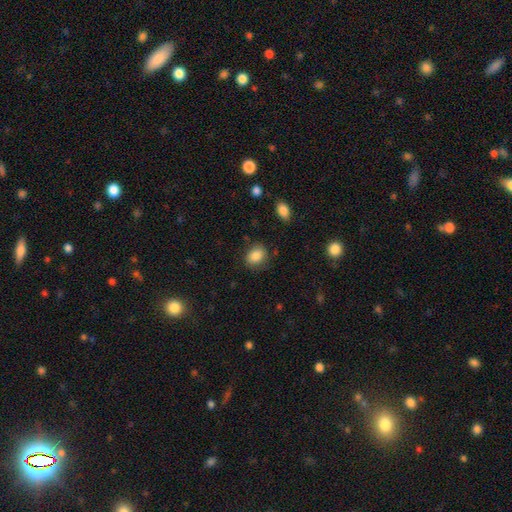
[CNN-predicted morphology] The model was most divided on "how rounded": in between: 57%, round: 42%, cigar-shaped: 1%. More confident: smooth or featured — smooth (86%); merging — none (81%).